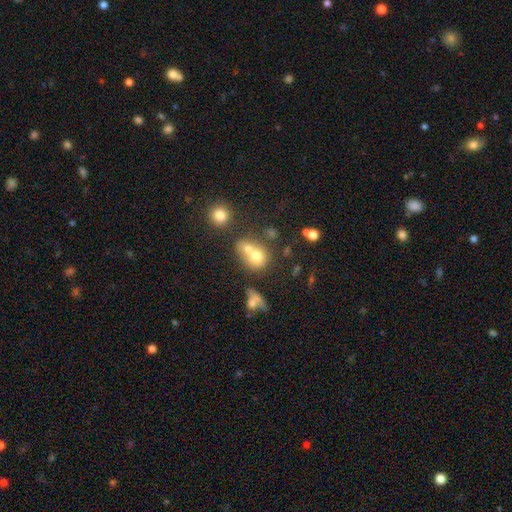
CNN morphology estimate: Smooth or featured? Predicted: smooth (p=0.66). How rounded? Predicted: round (p=0.66). Merging? Predicted: merger (p=0.55).